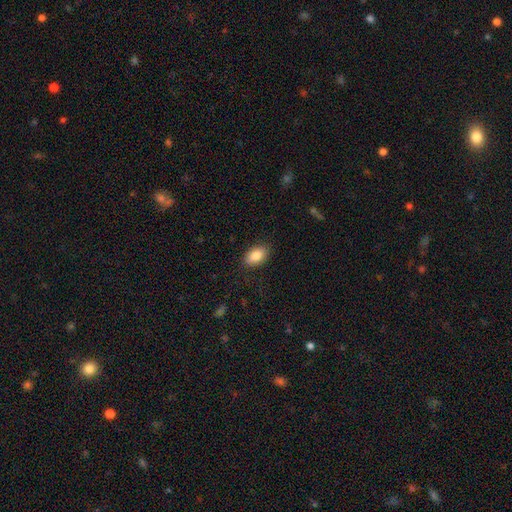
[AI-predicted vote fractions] This appears to be a smooth galaxy with no disk features (85%) that is in between round and cigar-shaped (90%). Merging: none (86%).